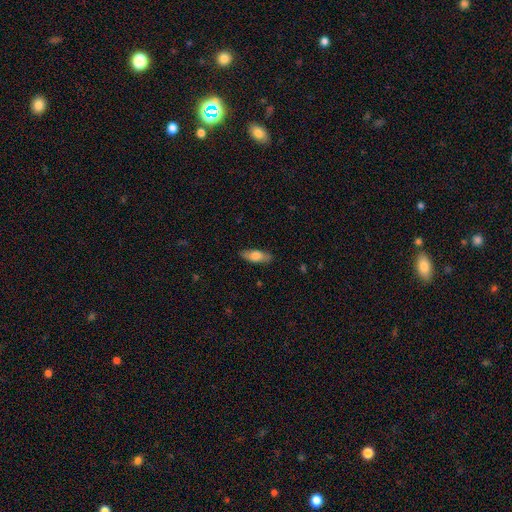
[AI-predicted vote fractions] A smooth galaxy with no disk features (72%) that is in between round and cigar-shaped (72%). Merging: none (85%).